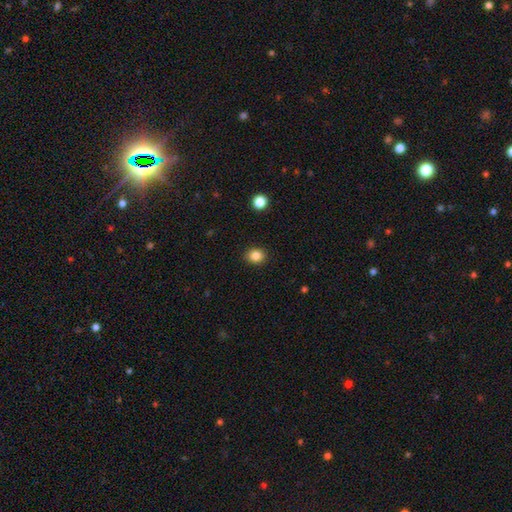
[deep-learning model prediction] smooth 85%, star or artifact 11%, featured or disk 5%. Down the decision tree: how rounded — round (63%); merging — none (90%).